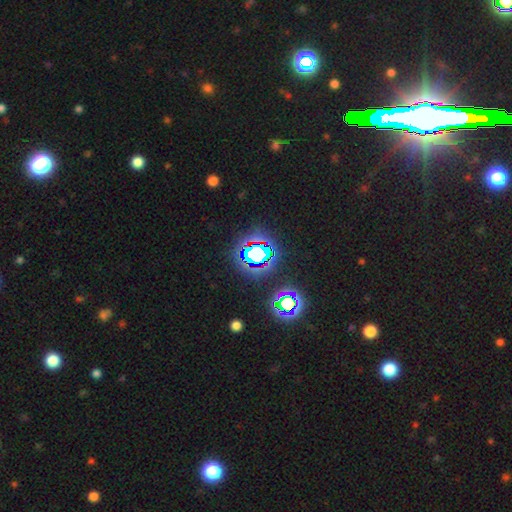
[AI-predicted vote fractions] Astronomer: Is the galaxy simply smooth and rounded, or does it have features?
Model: star or artifact — 81%.